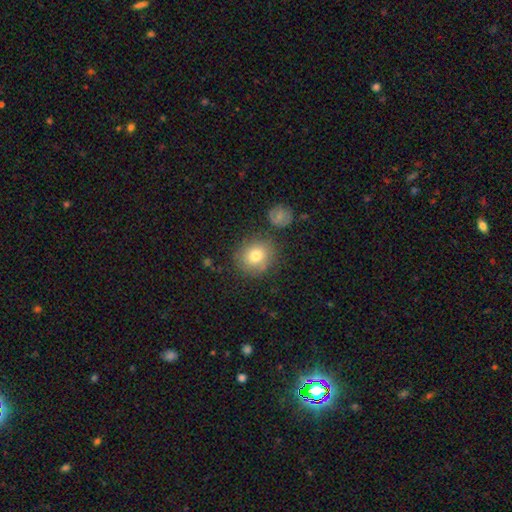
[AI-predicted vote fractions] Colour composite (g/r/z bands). It shows a smooth galaxy with no disk features (77%) that is round (83%). Merging: none (77%).